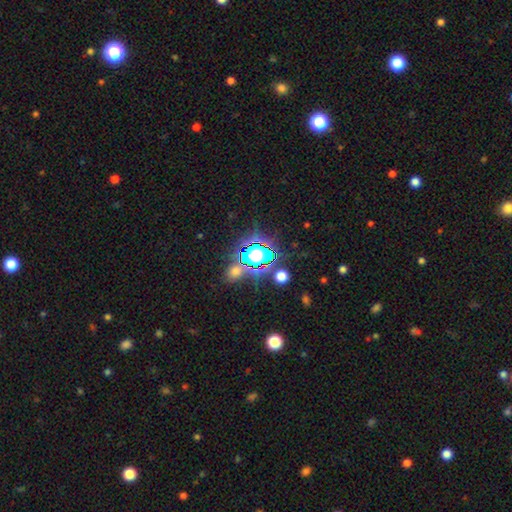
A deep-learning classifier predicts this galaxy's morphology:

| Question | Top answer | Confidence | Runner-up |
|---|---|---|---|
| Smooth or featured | star or artifact | 82% | smooth (11%) |